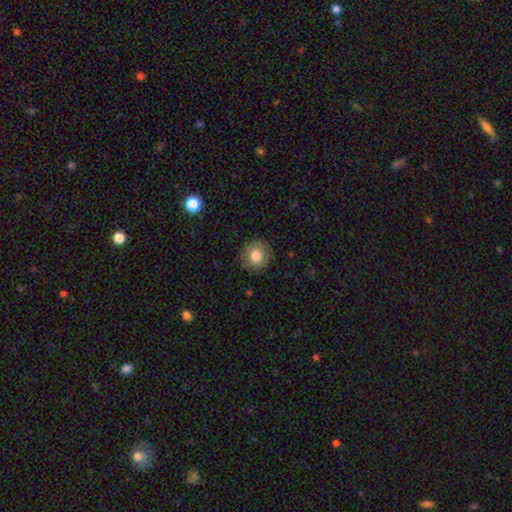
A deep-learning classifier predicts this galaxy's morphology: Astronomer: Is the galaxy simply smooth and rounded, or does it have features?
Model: smooth — 78%.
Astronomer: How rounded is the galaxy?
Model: round — 88%.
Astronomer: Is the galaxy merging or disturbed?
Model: none — 87%.